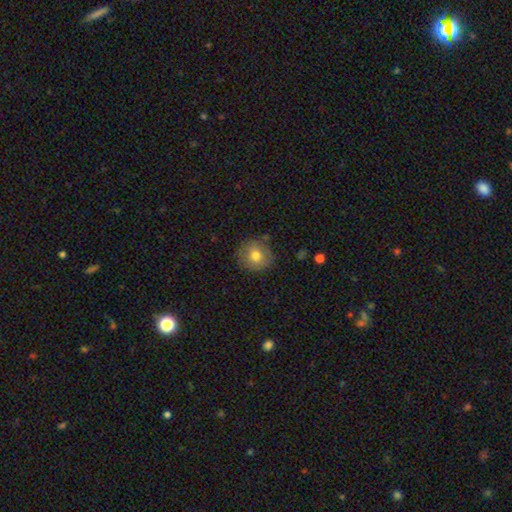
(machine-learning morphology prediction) smooth-or-featured: smooth: 75% | featured or disk: 15% | star or artifact: 9%
  how-rounded: round: 91% | in between: 8% | cigar-shaped: 1%
  merging: none: 83% | minor disturbance: 13% | major disturbance: 3% | merger: 2%